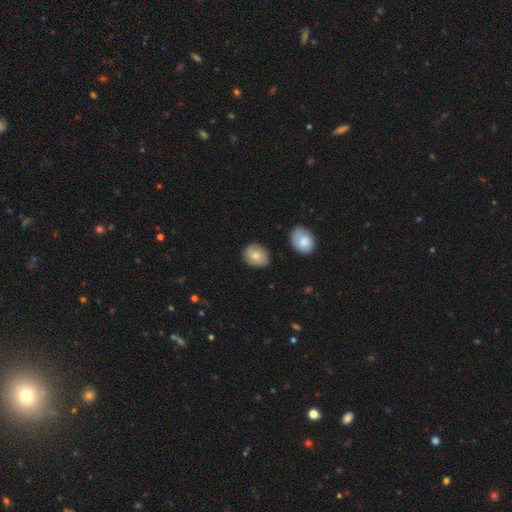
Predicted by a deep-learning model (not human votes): Morphology: type=smooth (68%); roundness=round (59%); merging=none (76%).